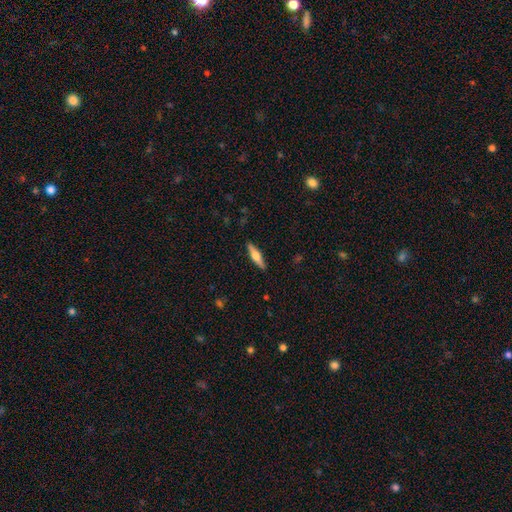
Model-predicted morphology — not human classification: This is possibly a featured or disk galaxy (49%). Merging: clearly none (89%).